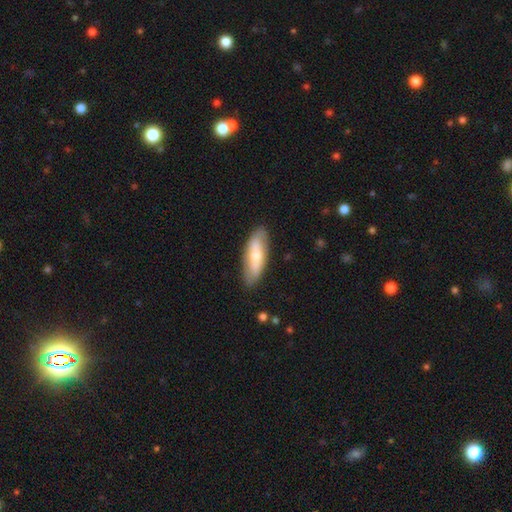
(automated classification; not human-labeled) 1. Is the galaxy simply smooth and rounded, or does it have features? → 57% smooth, 38% featured or disk, 5% star or artifact.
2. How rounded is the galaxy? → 62% in between, 35% cigar-shaped, 2% round.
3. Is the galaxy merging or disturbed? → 82% none, 13% minor disturbance, 3% major disturbance, 1% merger.